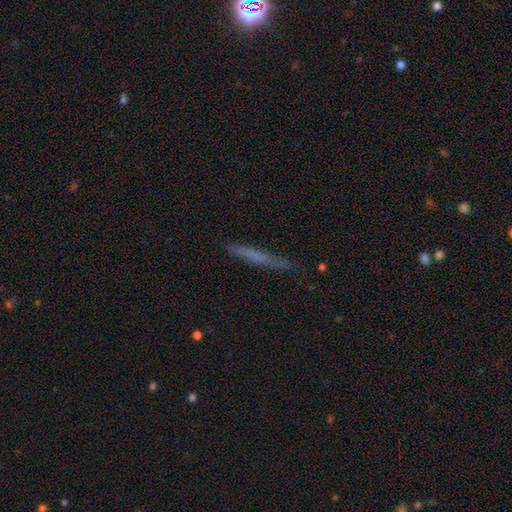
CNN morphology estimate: Smooth or featured?
  - smooth: 55% *
  - featured or disk: 37%
  - star or artifact: 8%
How rounded?
  - cigar-shaped: 96% *
  - in between: 3%
  - round: 2%
Merging?
  - none: 81% *
  - minor disturbance: 14%
  - major disturbance: 3%
  - merger: 2%